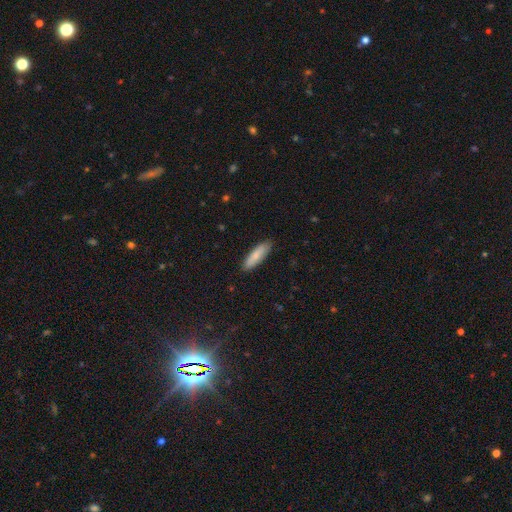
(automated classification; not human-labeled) Smooth or featured? smooth (80%)
How rounded? cigar-shaped (59%)
Merging? none (88%)